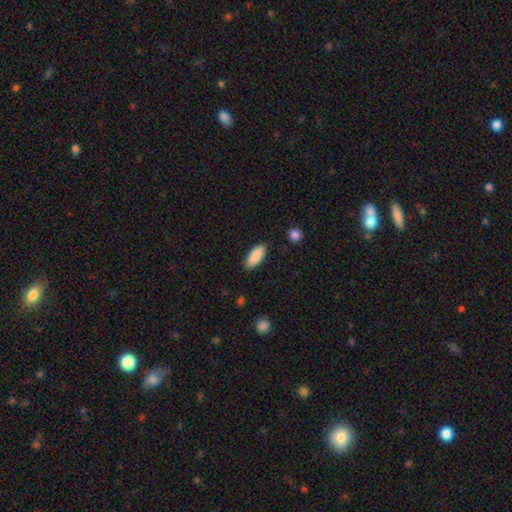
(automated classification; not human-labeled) Smooth or featured: smooth — 89% (star or artifact — 6%)
How rounded: in between — 83% (cigar-shaped — 16%)
Merging: none — 87% (minor disturbance — 9%)